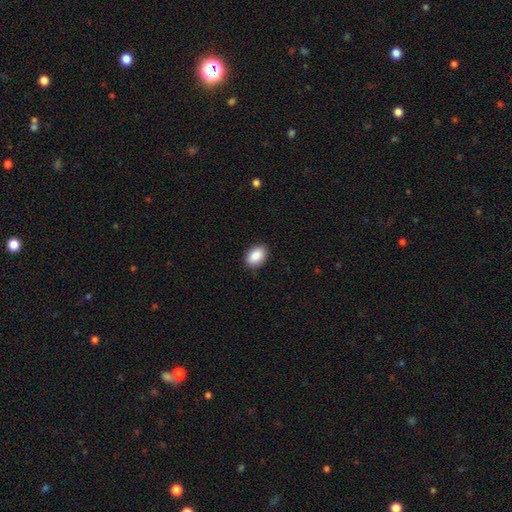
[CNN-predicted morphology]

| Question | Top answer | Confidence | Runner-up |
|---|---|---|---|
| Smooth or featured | smooth | 90% | star or artifact (7%) |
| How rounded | in between | 87% | round (12%) |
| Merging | none | 87% | minor disturbance (10%) |